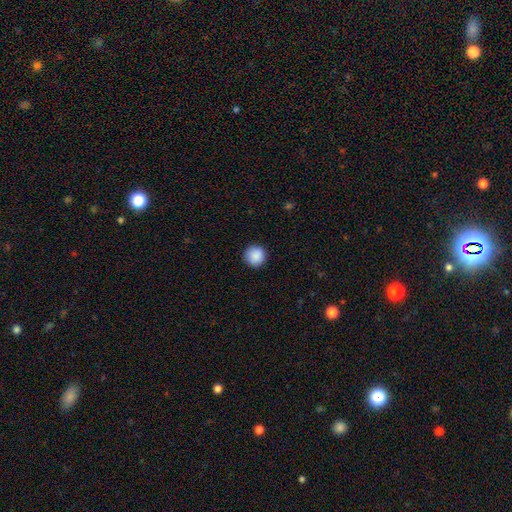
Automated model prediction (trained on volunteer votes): Overall: smooth (89%). How rounded: round (95%). Merging: none (91%).